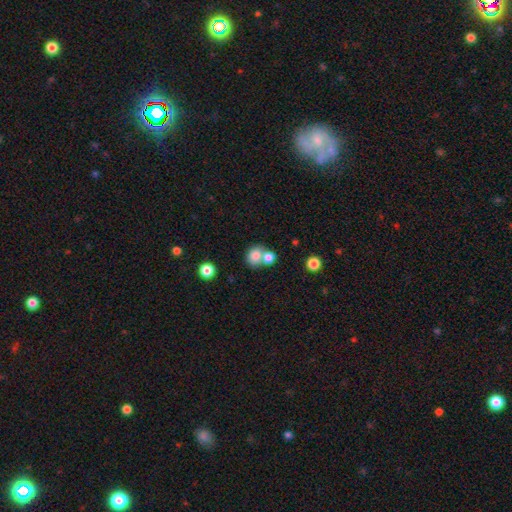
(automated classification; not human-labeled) Smooth or featured?
  - smooth: 80% *
  - star or artifact: 11%
  - featured or disk: 10%
How rounded?
  - round: 70% *
  - in between: 29%
  - cigar-shaped: 1%
Merging?
  - merger: 46% *
  - none: 42%
  - minor disturbance: 8%
  - major disturbance: 3%